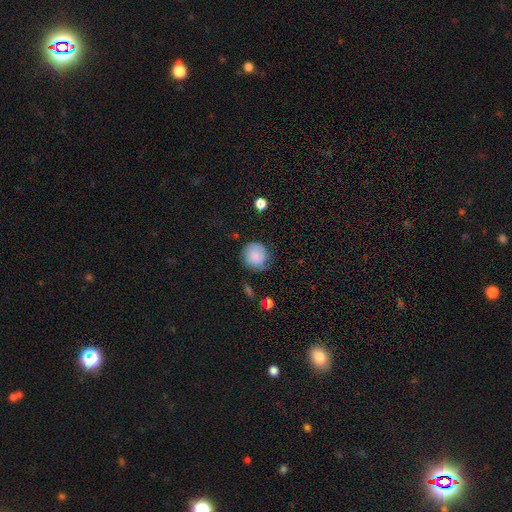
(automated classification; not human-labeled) A smooth galaxy with no disk features (70%) that is round (88%). Merging: none (71%).